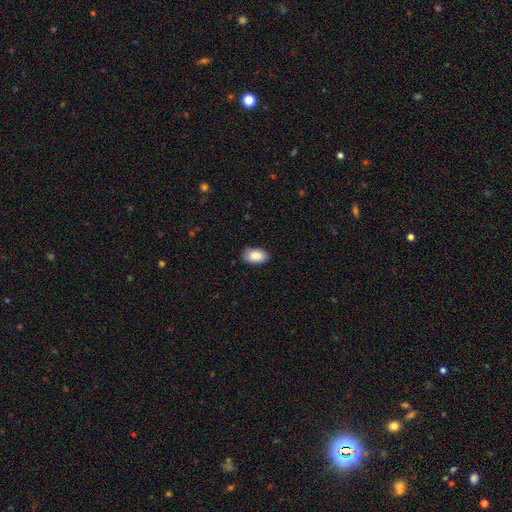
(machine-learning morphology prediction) A smooth galaxy with no disk features (86%) that is in between round and cigar-shaped (93%).

Vote fractions:
- Smooth or featured? smooth: 86% / featured or disk: 8% / star or artifact: 7%
- How rounded? in between: 93% / round: 5% / cigar-shaped: 1%
- Merging? none: 86% / minor disturbance: 11% / major disturbance: 2% / merger: 1%